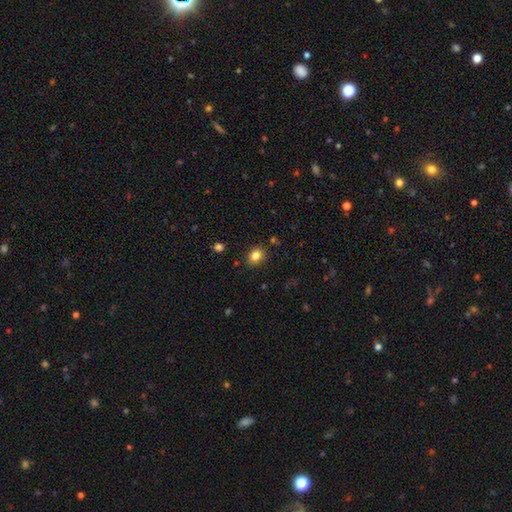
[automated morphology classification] A smooth galaxy with no disk features (83%) that is round (50%).

Vote fractions:
- Smooth or featured? smooth: 83% / star or artifact: 11% / featured or disk: 6%
- How rounded? round: 50% / in between: 49% / cigar-shaped: 1%
- Merging? none: 85% / minor disturbance: 10% / major disturbance: 2% / merger: 2%